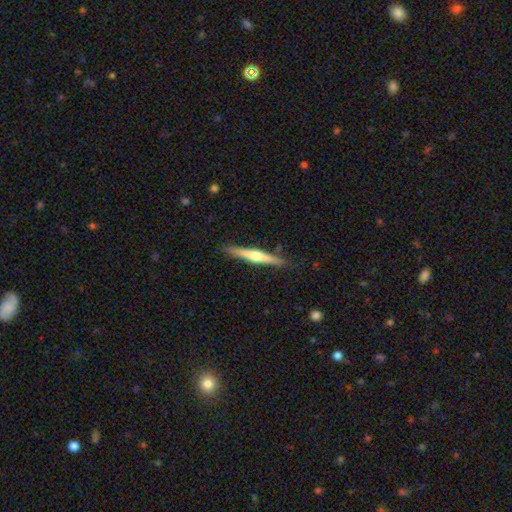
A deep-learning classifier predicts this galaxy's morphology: Smooth or featured? Predicted: featured or disk (p=0.63). Edge-on disk? Predicted: yes (p=0.98). Edge-on bulge? Predicted: rounded (p=0.86). Merging? Predicted: none (p=0.88).